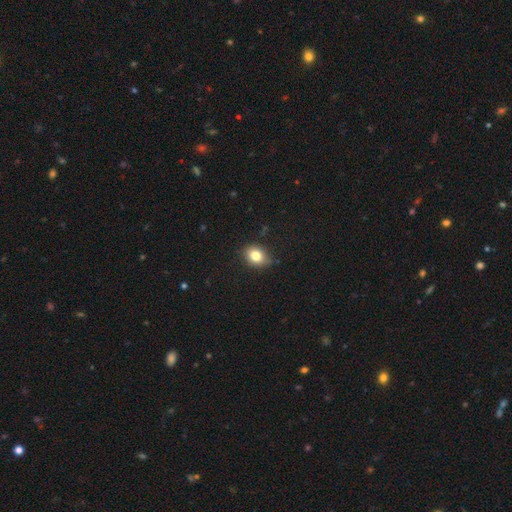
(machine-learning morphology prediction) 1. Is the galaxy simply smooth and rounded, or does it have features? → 80% smooth, 10% star or artifact, 9% featured or disk.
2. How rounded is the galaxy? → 59% in between, 40% round, 1% cigar-shaped.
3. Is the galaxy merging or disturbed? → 81% none, 15% minor disturbance, 3% major disturbance, 1% merger.